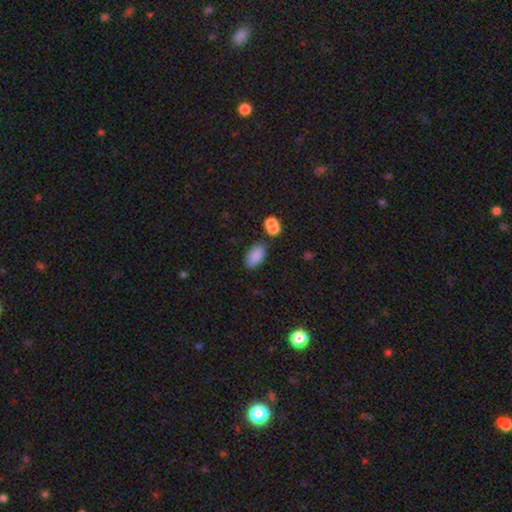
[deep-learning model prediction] The model was most divided on "merging": none: 76%, minor disturbance: 12%, merger: 9%, major disturbance: 3%. More confident: how rounded — in between (94%); smooth or featured — smooth (86%).